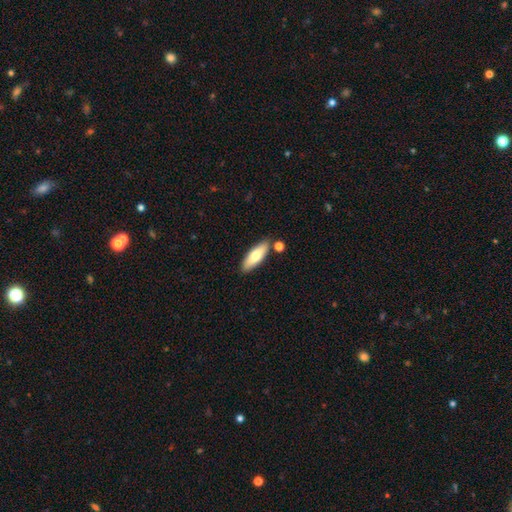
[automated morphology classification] A smooth galaxy with no disk features (71%) that is in between round and cigar-shaped (55%). Merging: none (81%).